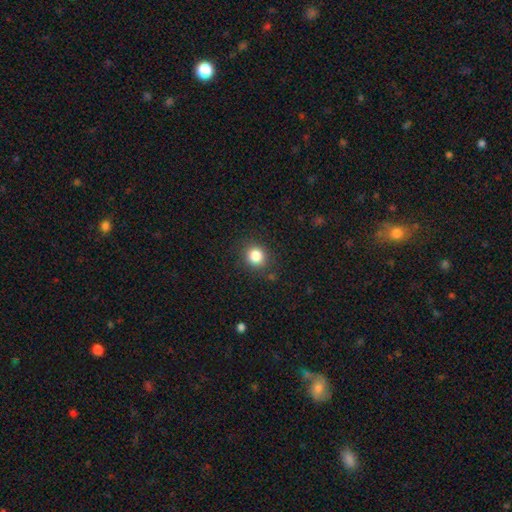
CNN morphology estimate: Smooth or featured?
  - smooth: 84% *
  - star or artifact: 11%
  - featured or disk: 5%
How rounded?
  - round: 83% *
  - in between: 16%
  - cigar-shaped: 1%
Merging?
  - none: 86% *
  - minor disturbance: 9%
  - major disturbance: 3%
  - merger: 2%